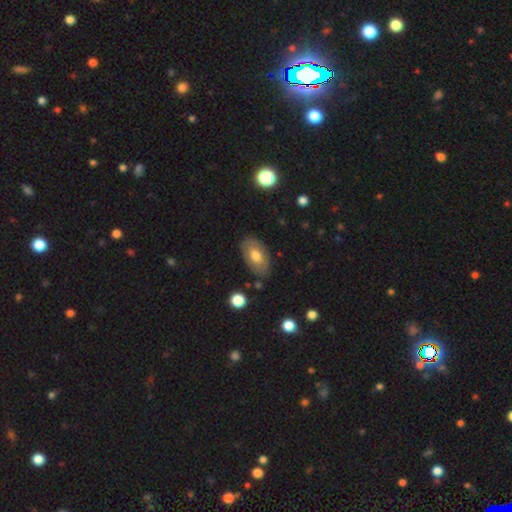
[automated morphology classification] A smooth galaxy with no disk features (64%) that is in between round and cigar-shaped (93%).

Vote fractions:
- Smooth or featured? smooth: 64% / featured or disk: 30% / star or artifact: 7%
- How rounded? in between: 93% / round: 5% / cigar-shaped: 2%
- Merging? none: 81% / minor disturbance: 13% / major disturbance: 3% / merger: 2%